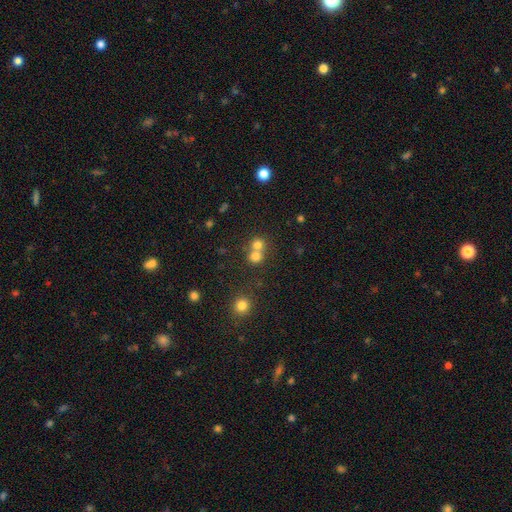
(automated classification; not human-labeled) A smooth galaxy with no disk features (74%) that is round (85%). Merging: merger (52%).